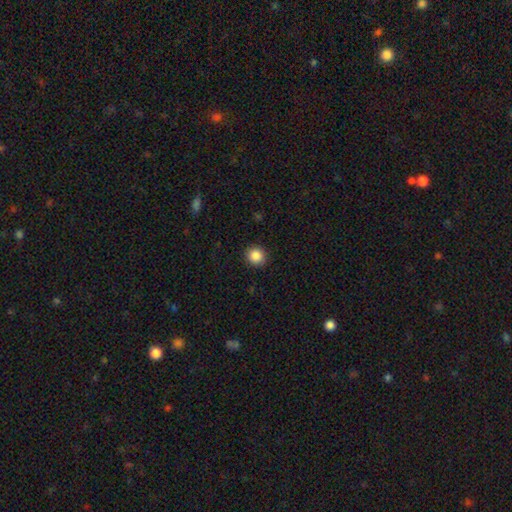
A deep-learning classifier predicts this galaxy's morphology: This appears to be a smooth galaxy with no disk features (87%) that is round (90%). Merging: none (92%).